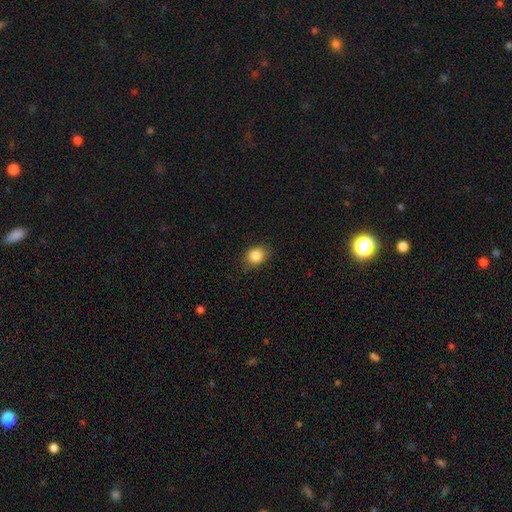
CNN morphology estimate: The model was most divided on "how rounded": in between: 50%, round: 49%, cigar-shaped: 1%. More confident: smooth or featured — smooth (85%); merging — none (79%).